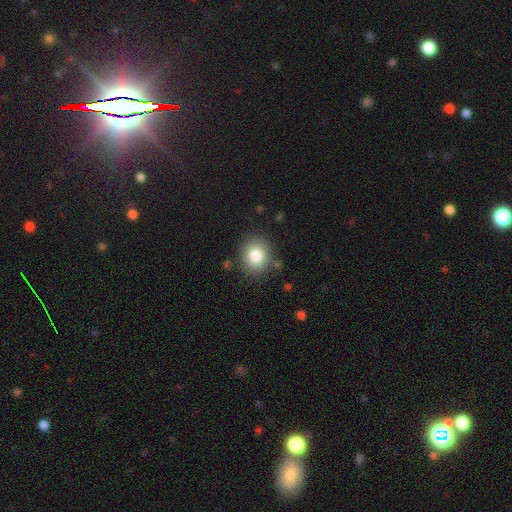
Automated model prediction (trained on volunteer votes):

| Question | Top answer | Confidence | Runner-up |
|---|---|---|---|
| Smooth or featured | smooth | 82% | star or artifact (10%) |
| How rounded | round | 77% | in between (22%) |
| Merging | none | 85% | minor disturbance (9%) |